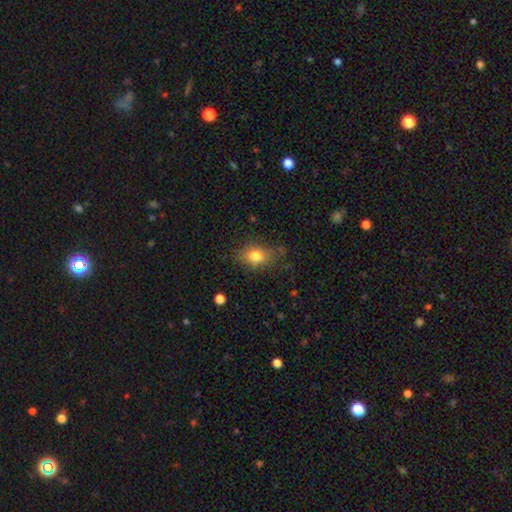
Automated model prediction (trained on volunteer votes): Overall: smooth (79%). How rounded: in between (70%). Merging: none (71%).